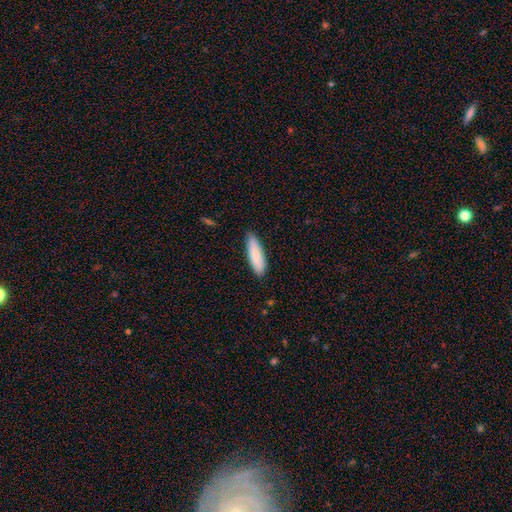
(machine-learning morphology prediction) Overall: smooth (82%). How rounded: cigar-shaped (58%; in between 41%). Merging: none (86%).